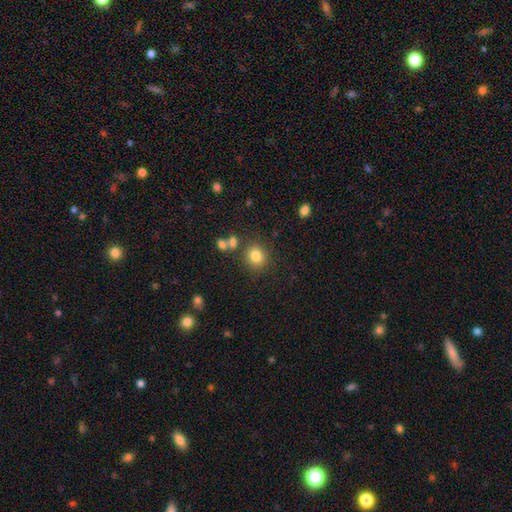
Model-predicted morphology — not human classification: Smooth or featured?
  - smooth: 81% *
  - star or artifact: 12%
  - featured or disk: 7%
How rounded?
  - round: 83% *
  - in between: 16%
  - cigar-shaped: 1%
Merging?
  - none: 79% *
  - minor disturbance: 9%
  - merger: 8%
  - major disturbance: 4%